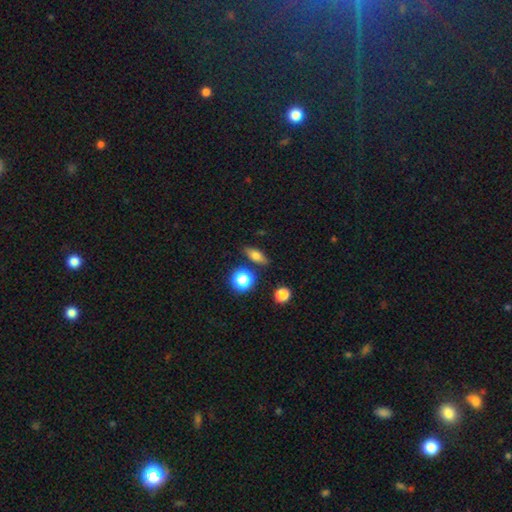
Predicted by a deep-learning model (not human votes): smooth 68%, featured or disk 19%, star or artifact 13%. Down the decision tree: how rounded — in between (63%); merging — none (82%).